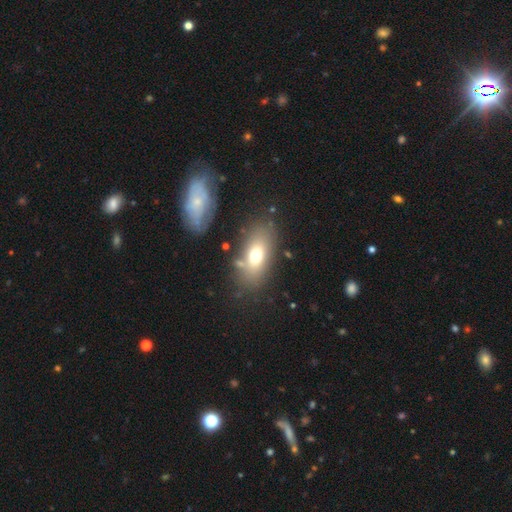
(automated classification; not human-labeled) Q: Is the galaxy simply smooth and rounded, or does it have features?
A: smooth — 68%.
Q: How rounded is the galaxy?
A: in between — 84%.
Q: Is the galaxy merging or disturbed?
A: none — 73%.